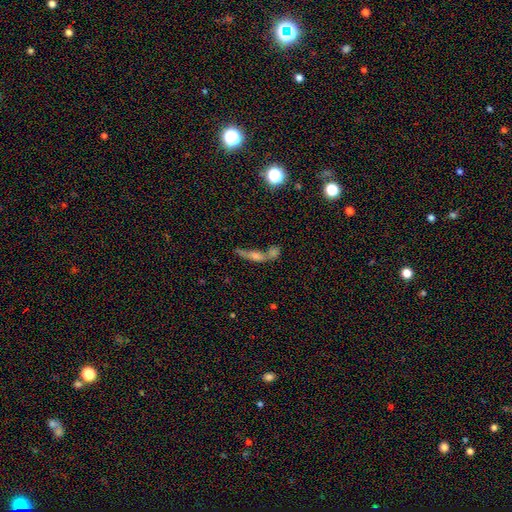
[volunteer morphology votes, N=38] smooth 53%, featured or disk 39%, star or artifact 8%. Down the decision tree: how rounded — cigar-shaped (65%); merging — merger (60%).